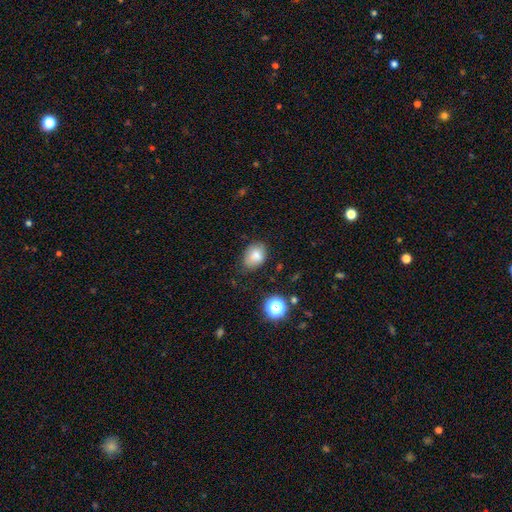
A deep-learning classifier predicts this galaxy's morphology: A smooth galaxy with no disk features (80%) that is in between round and cigar-shaped (63%). Merging: none (64%).